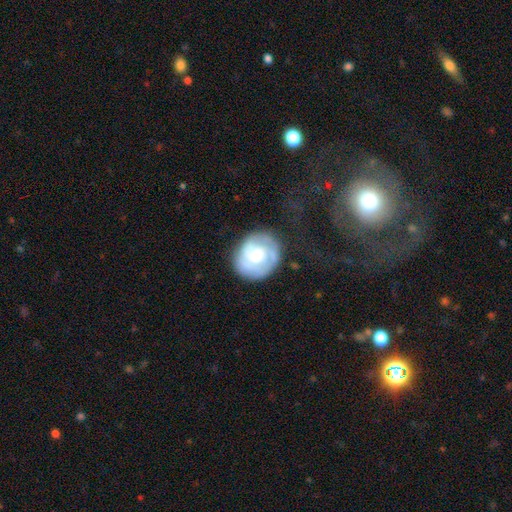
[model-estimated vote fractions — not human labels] Smooth or featured? featured or disk (64%)
Edge-on disk? no (98%)
Bar? no (77%)
Spiral arms? yes (80%)
Bulge size? moderate (60%)
Merging? none (74%)